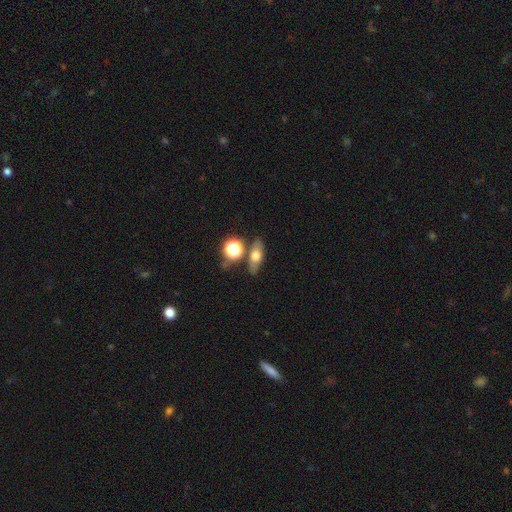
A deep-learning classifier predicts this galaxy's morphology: Smooth or featured: smooth — 53% (featured or disk — 34%)
How rounded: in between — 57% (cigar-shaped — 25%)
Merging: none — 74% (minor disturbance — 12%)